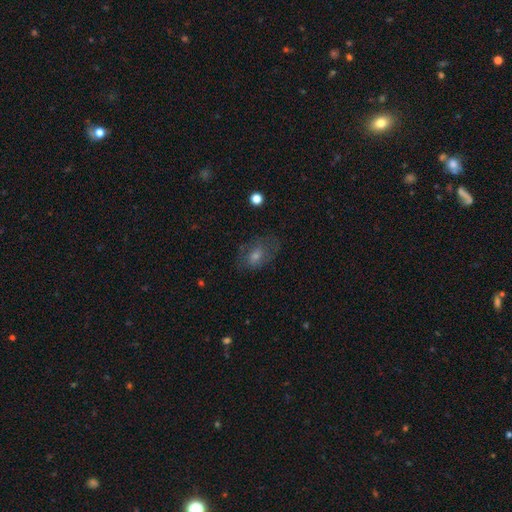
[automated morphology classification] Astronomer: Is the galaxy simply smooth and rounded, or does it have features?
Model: smooth — 41%, tied with featured or disk at 41%.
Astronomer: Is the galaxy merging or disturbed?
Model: none — 65%.